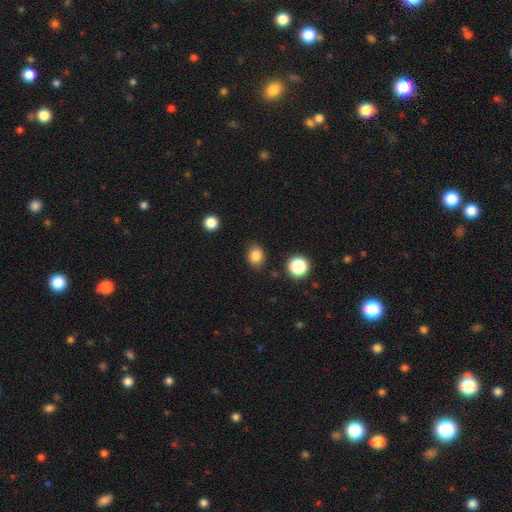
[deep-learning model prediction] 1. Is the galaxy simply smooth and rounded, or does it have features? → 83% smooth, 12% star or artifact, 5% featured or disk.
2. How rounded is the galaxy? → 60% round, 39% in between, 1% cigar-shaped.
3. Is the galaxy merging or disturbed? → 83% none, 12% minor disturbance, 3% major disturbance, 2% merger.